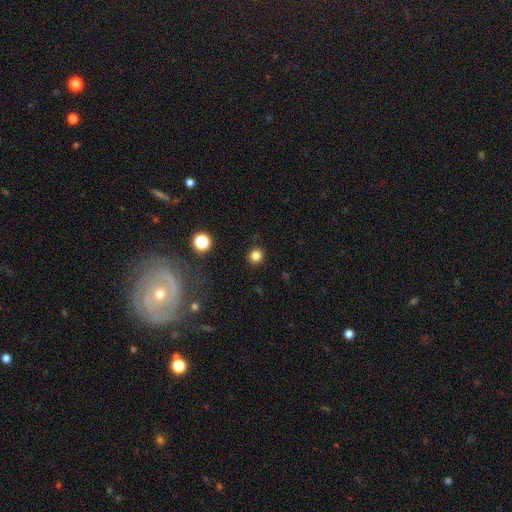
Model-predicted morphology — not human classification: Overall: smooth (82%). How rounded: round (93%). Merging: none (91%).